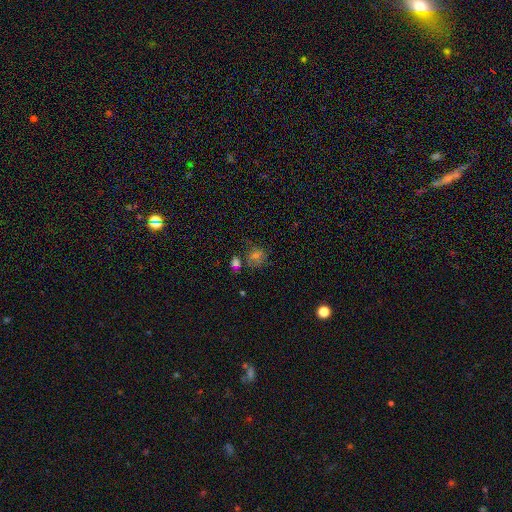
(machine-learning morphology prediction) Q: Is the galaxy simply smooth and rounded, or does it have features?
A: smooth — 47%.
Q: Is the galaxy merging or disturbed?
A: none — 62%.